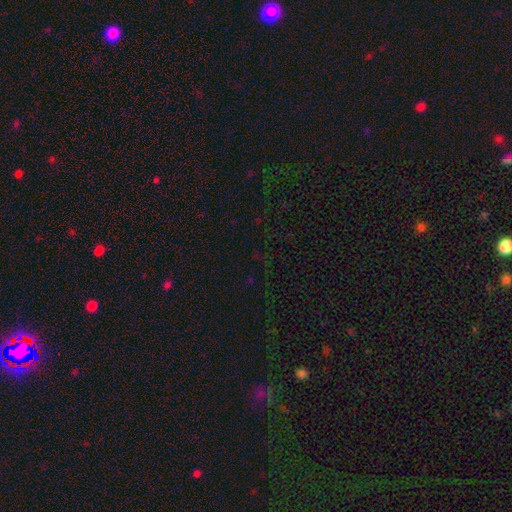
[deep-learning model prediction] Morphology: type=star or artifact (70%).